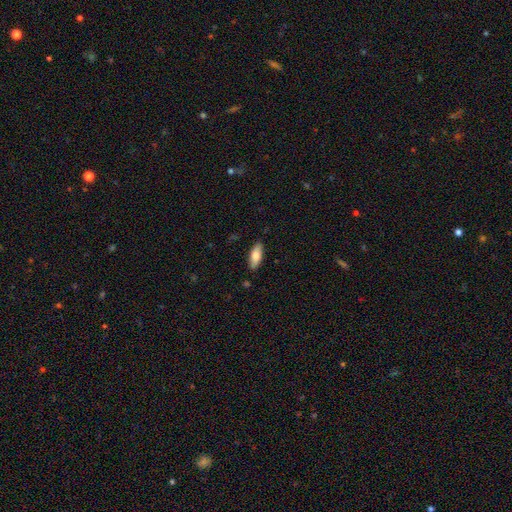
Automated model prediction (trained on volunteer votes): smooth 76%, featured or disk 18%, star or artifact 6%. Down the decision tree: how rounded — in between (70%); merging — none (87%).